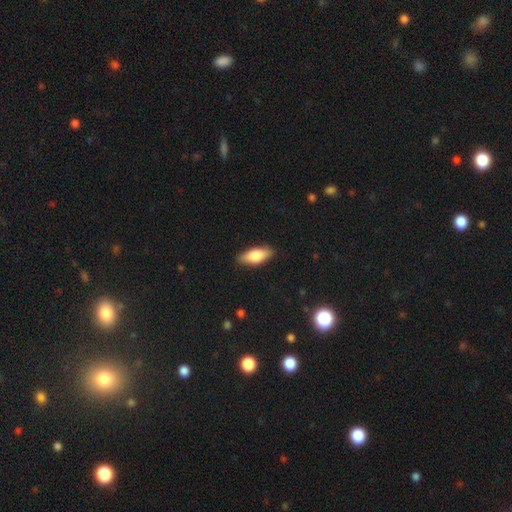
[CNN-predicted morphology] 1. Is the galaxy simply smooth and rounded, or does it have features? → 74% smooth, 20% featured or disk, 6% star or artifact.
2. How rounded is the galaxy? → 76% in between, 21% cigar-shaped, 3% round.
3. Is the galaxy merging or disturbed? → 87% none, 10% minor disturbance, 2% major disturbance, 1% merger.